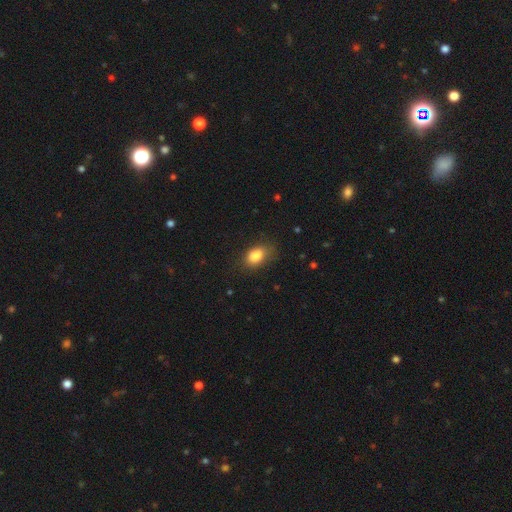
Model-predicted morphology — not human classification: Smooth or featured? smooth (85%)
How rounded? in between (83%)
Merging? none (74%)